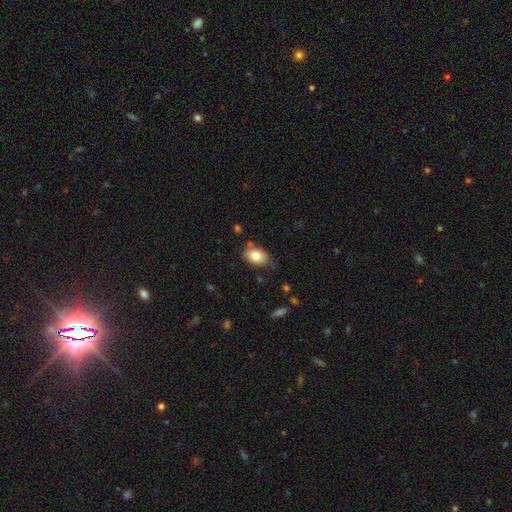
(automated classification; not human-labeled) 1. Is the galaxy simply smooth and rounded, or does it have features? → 81% smooth, 11% featured or disk, 8% star or artifact.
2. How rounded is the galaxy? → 84% in between, 15% round, 1% cigar-shaped.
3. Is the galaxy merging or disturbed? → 73% none, 19% minor disturbance, 4% merger, 4% major disturbance.